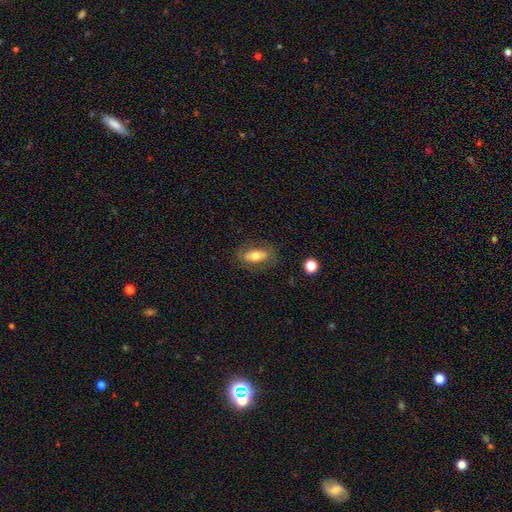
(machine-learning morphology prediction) This appears to be a smooth galaxy with no disk features (60%) that is in between round and cigar-shaped (79%). Merging: none (77%).